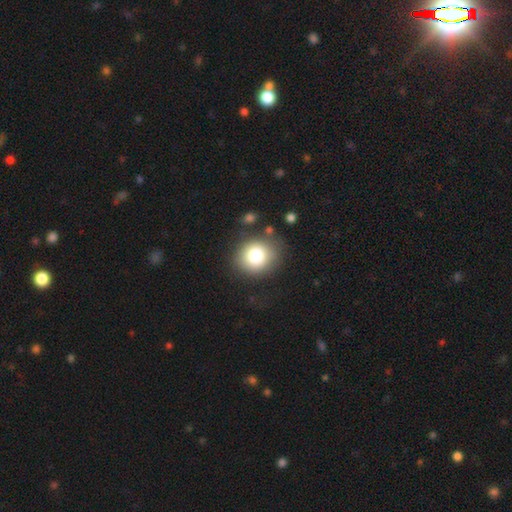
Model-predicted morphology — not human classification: A smooth galaxy with no disk features (81%) that is round (82%).

Vote fractions:
- Smooth or featured? smooth: 81% / star or artifact: 10% / featured or disk: 9%
- How rounded? round: 82% / in between: 17% / cigar-shaped: 1%
- Merging? none: 77% / minor disturbance: 13% / major disturbance: 6% / merger: 4%